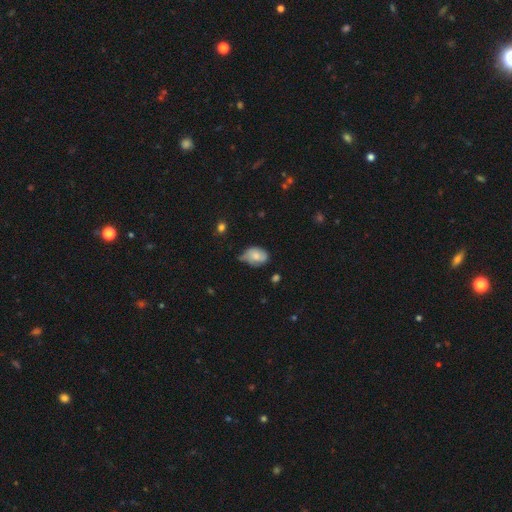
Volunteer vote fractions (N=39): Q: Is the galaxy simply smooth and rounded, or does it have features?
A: smooth — 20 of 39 (51%).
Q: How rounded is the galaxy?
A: in between — 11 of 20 (55%).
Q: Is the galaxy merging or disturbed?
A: minor disturbance — 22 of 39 (56%).